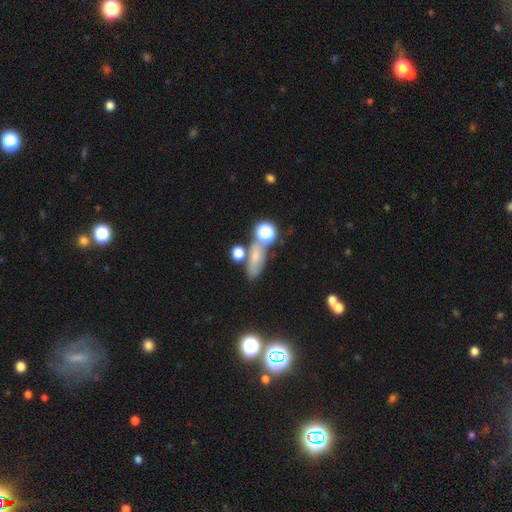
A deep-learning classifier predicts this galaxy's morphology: smooth_or_featured: smooth (p=0.60) [alt: star or artifact p=0.22]
how_rounded: in between (p=0.55) [alt: cigar-shaped p=0.26]
merging: none (p=0.53) [alt: merger p=0.20]